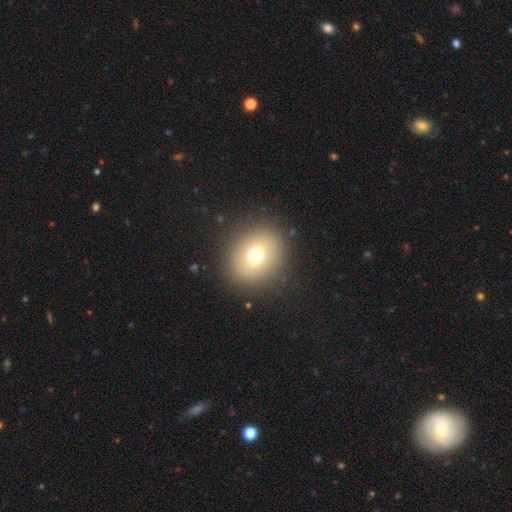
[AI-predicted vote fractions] Smooth or featured: smooth — 69% (featured or disk — 18%)
How rounded: round — 66% (in between — 33%)
Merging: none — 87% (minor disturbance — 7%)